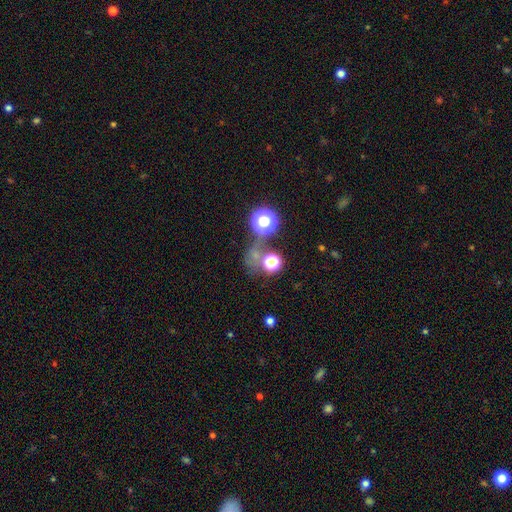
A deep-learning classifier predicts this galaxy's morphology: This appears to be a smooth galaxy with no disk features (49%). Merging: none (52%).